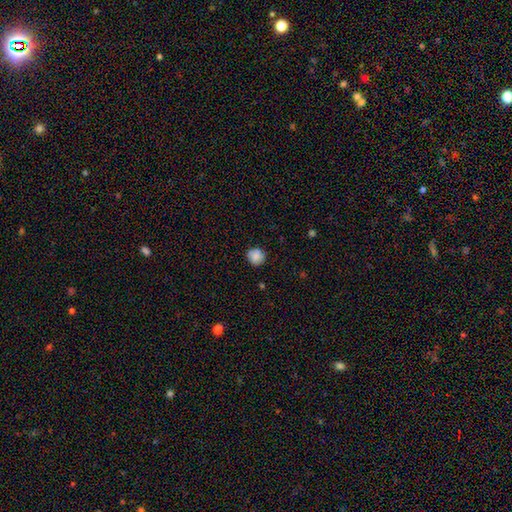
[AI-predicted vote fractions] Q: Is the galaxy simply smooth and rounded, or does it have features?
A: smooth — 81%.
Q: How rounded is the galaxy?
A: round — 87%.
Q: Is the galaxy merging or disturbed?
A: none — 82%.